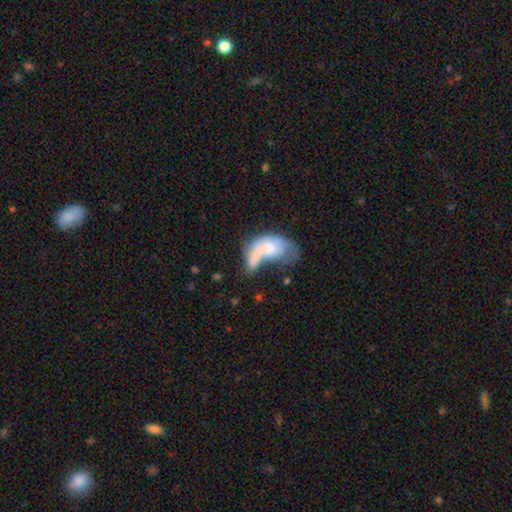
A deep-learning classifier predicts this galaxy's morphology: smooth_or_featured: smooth (p=0.60) [alt: featured or disk p=0.32]
how_rounded: in between (p=0.84) [alt: round p=0.11]
merging: merger (p=0.57) [alt: major disturbance p=0.19]